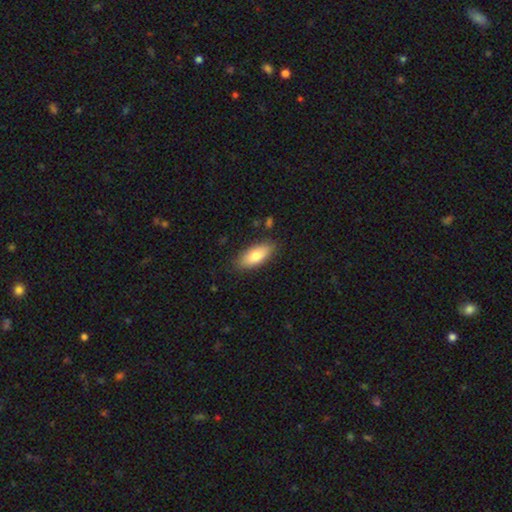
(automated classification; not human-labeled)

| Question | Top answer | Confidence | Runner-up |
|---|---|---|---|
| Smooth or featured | smooth | 79% | featured or disk (15%) |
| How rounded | in between | 83% | cigar-shaped (14%) |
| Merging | none | 84% | minor disturbance (12%) |